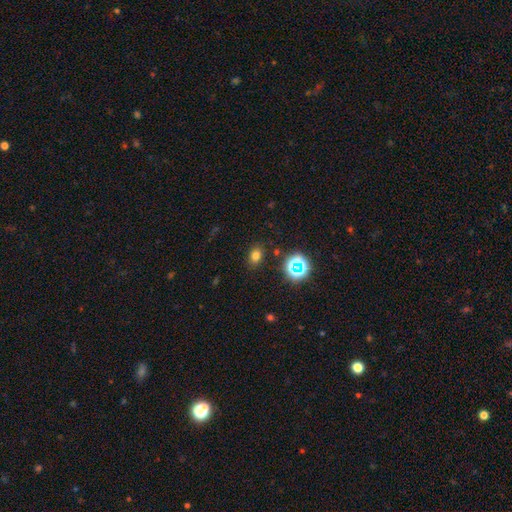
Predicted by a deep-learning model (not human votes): smooth 72%, star or artifact 21%, featured or disk 7%. Down the decision tree: how rounded — in between (66%); merging — none (84%).